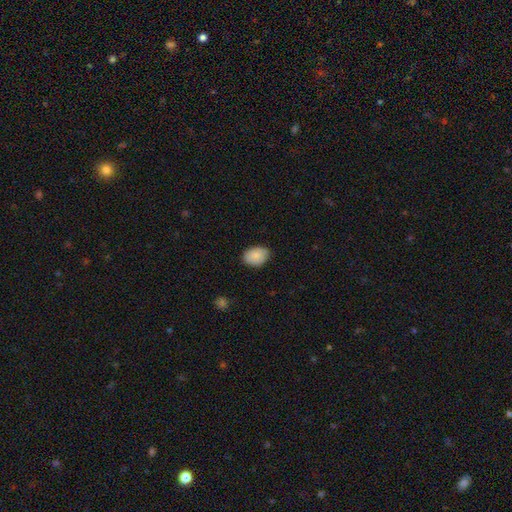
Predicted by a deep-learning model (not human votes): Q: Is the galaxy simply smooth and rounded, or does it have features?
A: smooth — 86%.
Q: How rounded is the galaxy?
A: in between — 79%.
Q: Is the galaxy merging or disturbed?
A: none — 78%.